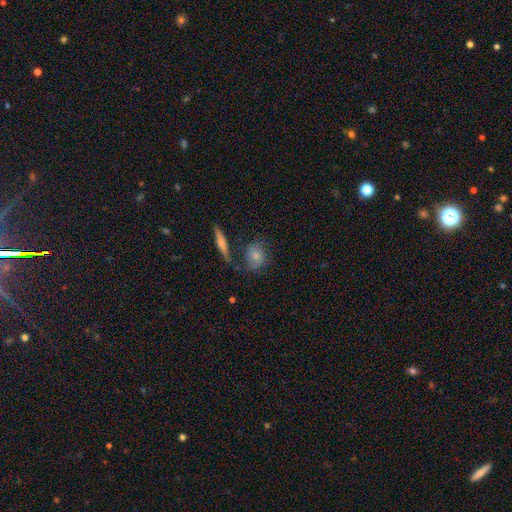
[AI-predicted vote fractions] smooth_or_featured: smooth (p=0.54) [alt: featured or disk p=0.37]
how_rounded: round (p=0.57) [alt: in between p=0.36]
merging: none (p=0.55) [alt: minor disturbance p=0.21]